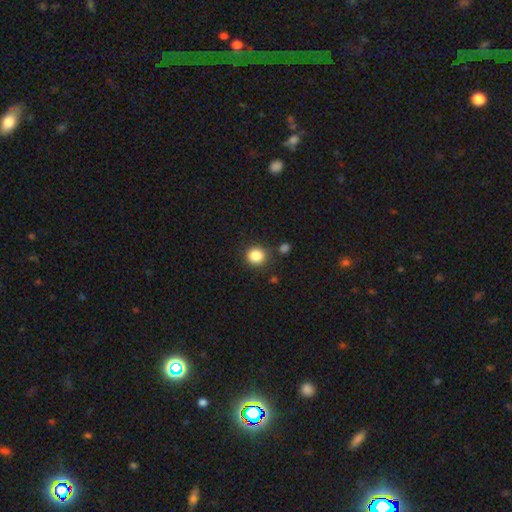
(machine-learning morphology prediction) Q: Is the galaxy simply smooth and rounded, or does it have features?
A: smooth — 86%.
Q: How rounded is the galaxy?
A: round — 88%.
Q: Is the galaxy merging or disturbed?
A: none — 83%.